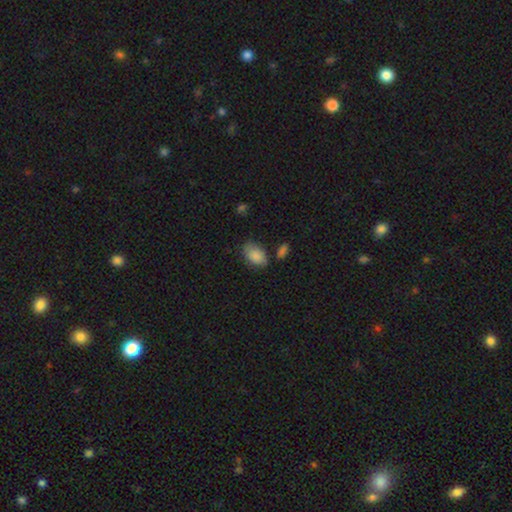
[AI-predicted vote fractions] Overall: smooth (87%). How rounded: in between (92%). Merging: none (68%).